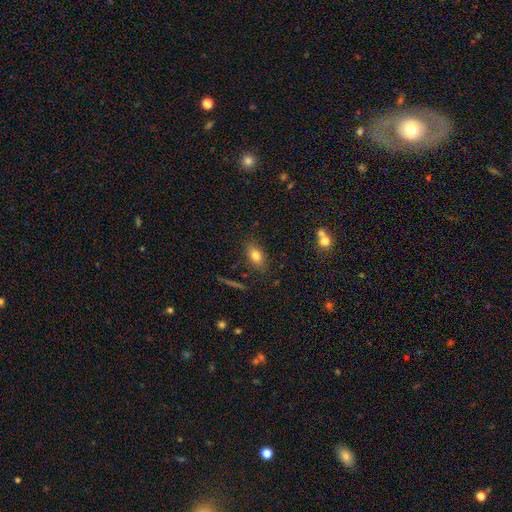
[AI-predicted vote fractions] smooth 78%, featured or disk 12%, star or artifact 10%. Down the decision tree: how rounded — in between (84%); merging — none (81%).